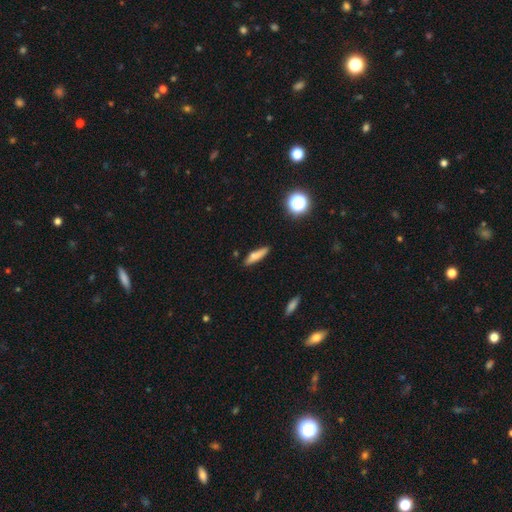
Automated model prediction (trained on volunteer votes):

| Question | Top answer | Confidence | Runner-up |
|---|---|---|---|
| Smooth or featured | smooth | 74% | featured or disk (17%) |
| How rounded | cigar-shaped | 76% | in between (21%) |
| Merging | none | 83% | minor disturbance (12%) |